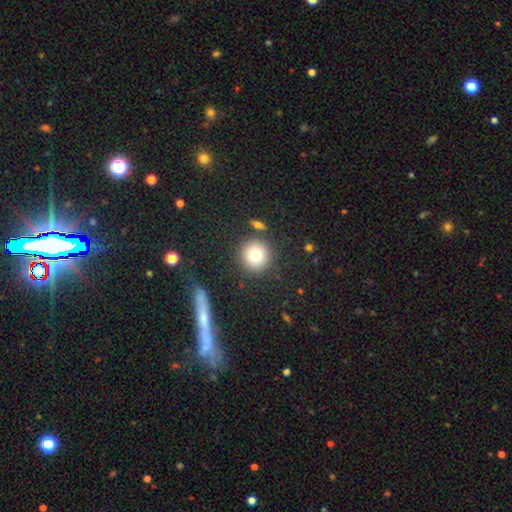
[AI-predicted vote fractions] A smooth galaxy with no disk features (77%) that is round (93%).

Vote fractions:
- Smooth or featured? smooth: 77% / star or artifact: 13% / featured or disk: 10%
- How rounded? round: 93% / in between: 6% / cigar-shaped: 1%
- Merging? none: 85% / minor disturbance: 7% / merger: 5% / major disturbance: 3%